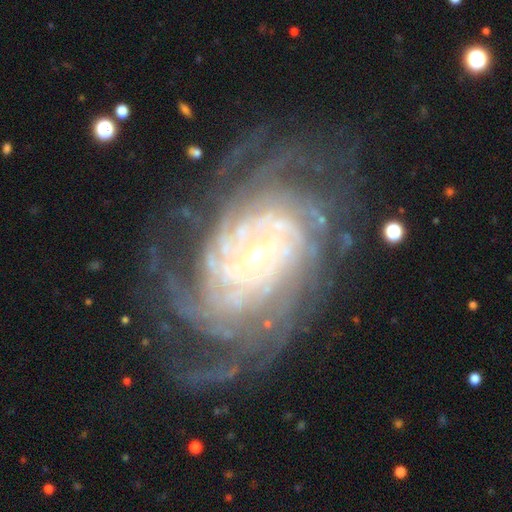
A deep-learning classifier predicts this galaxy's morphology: Smooth or featured? Predicted: featured or disk (p=0.91). Edge-on disk? Predicted: no (p=0.97). Bar? Predicted: no (p=0.53). Spiral arms? Predicted: yes (p=0.98). Spiral winding? Predicted: tight (p=0.74). Spiral arm count? Predicted: more than 4 (p=0.31). Bulge size? Predicted: small (p=0.83). Merging? Predicted: none (p=0.70).